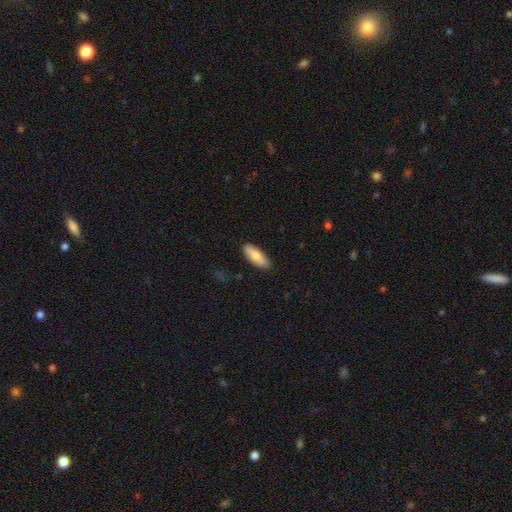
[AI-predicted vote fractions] Smooth or featured?
  - smooth: 80% *
  - featured or disk: 14%
  - star or artifact: 6%
How rounded?
  - in between: 75% *
  - cigar-shaped: 24%
  - round: 2%
Merging?
  - none: 88% *
  - minor disturbance: 9%
  - major disturbance: 2%
  - merger: 1%